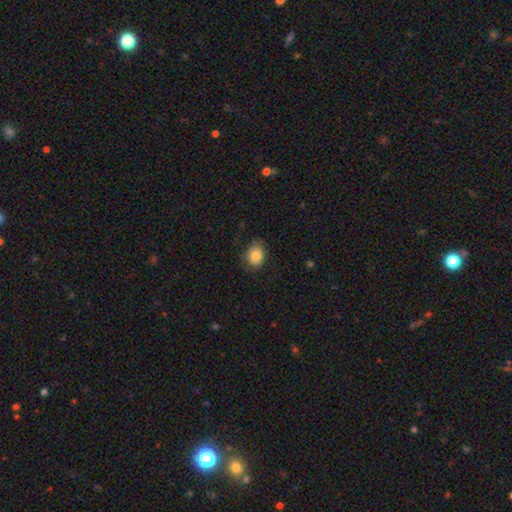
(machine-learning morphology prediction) smooth 82%, featured or disk 10%, star or artifact 8%. Down the decision tree: how rounded — round (51%); merging — none (74%).